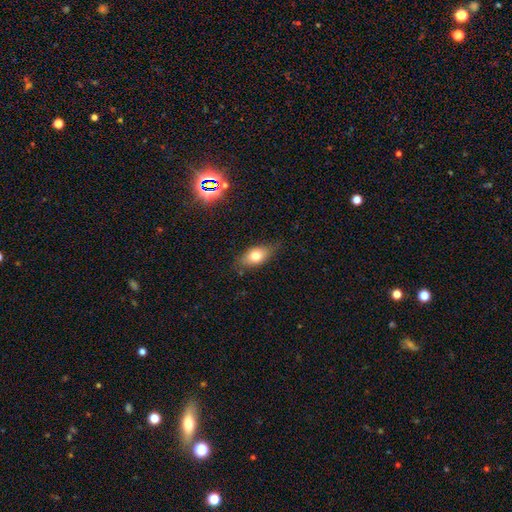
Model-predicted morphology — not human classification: Smooth or featured? smooth (75%)
How rounded? in between (84%)
Merging? none (76%)